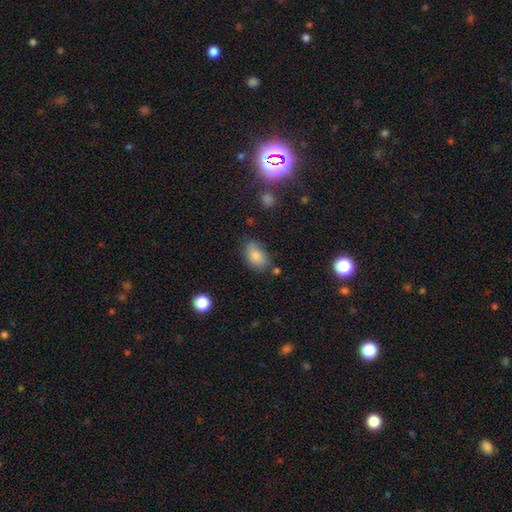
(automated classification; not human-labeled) Smooth or featured? smooth (83%)
How rounded? in between (90%)
Merging? none (64%)